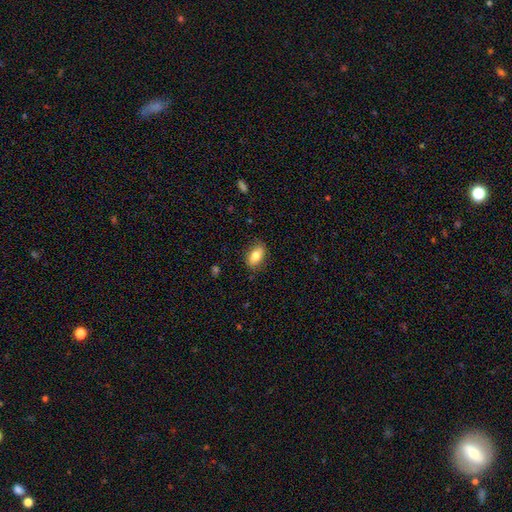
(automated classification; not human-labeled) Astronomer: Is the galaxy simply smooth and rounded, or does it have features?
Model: smooth — 80%.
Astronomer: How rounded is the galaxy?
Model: in between — 89%.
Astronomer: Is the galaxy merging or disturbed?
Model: none — 84%.